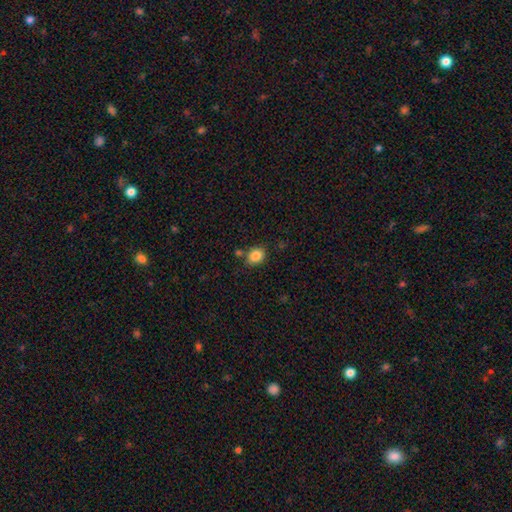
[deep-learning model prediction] This appears to be a smooth galaxy with no disk features (85%) that is in between round and cigar-shaped (51%). Merging: none (75%).